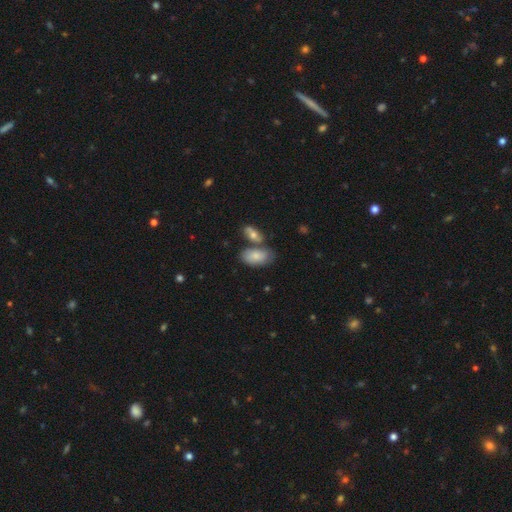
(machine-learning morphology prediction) Smooth or featured?
  - smooth: 77% *
  - featured or disk: 17%
  - star or artifact: 6%
How rounded?
  - in between: 93% *
  - round: 4%
  - cigar-shaped: 3%
Merging?
  - none: 51% *
  - merger: 29%
  - minor disturbance: 16%
  - major disturbance: 4%